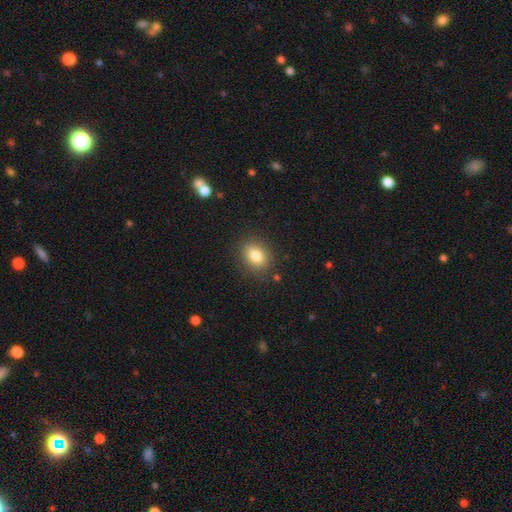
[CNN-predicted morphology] type=smooth (82%); roundness=in between (56%); merging=none (85%).